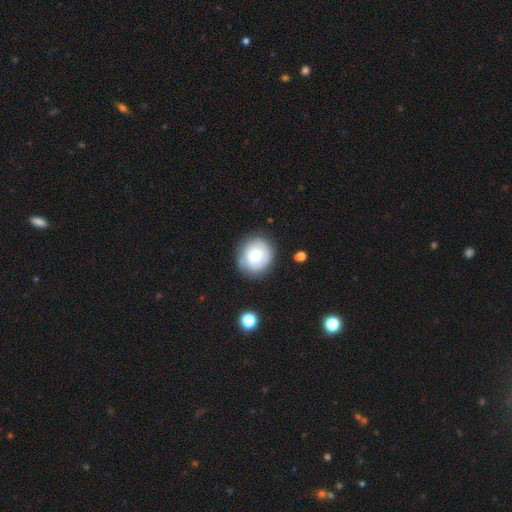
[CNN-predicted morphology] smooth_or_featured: smooth (p=0.71) [alt: featured or disk p=0.21]
how_rounded: round (p=0.77) [alt: in between p=0.22]
merging: none (p=0.73) [alt: minor disturbance p=0.18]